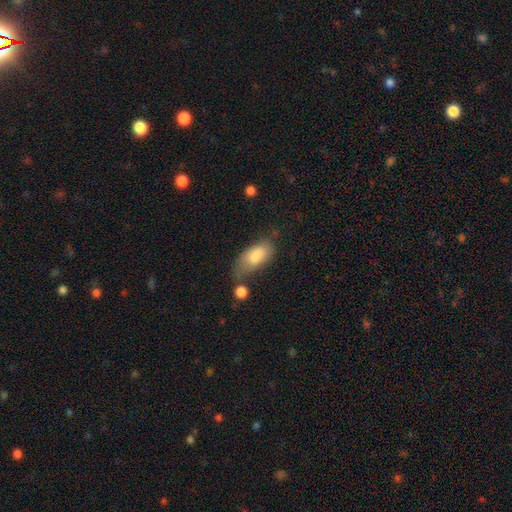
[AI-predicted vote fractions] Morphology: type=smooth (81%); roundness=in between (89%); merging=none (46%).